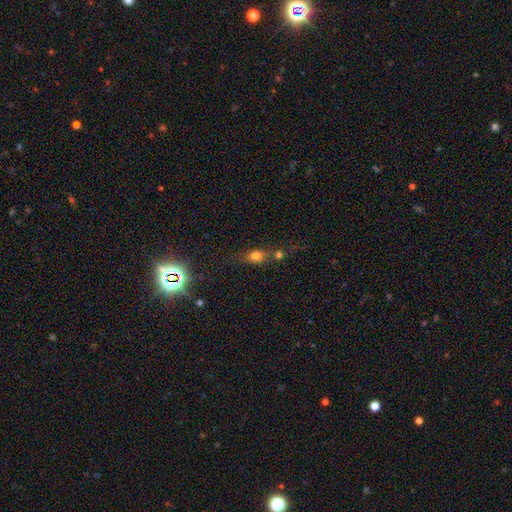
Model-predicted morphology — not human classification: The model was most divided on "how rounded": in between: 53%, round: 39%, cigar-shaped: 8%. Remaining: smooth or featured — smooth (68%); merging — none (49%).